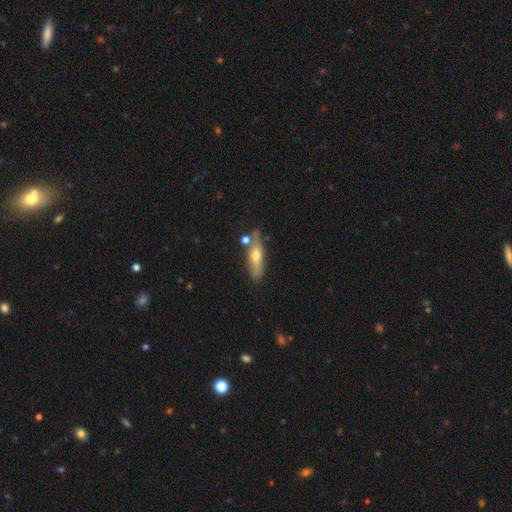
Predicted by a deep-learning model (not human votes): smooth_or_featured: smooth (p=0.52) [alt: featured or disk p=0.41]
how_rounded: cigar-shaped (p=0.59) [alt: in between p=0.38]
merging: none (p=0.70) [alt: minor disturbance p=0.16]